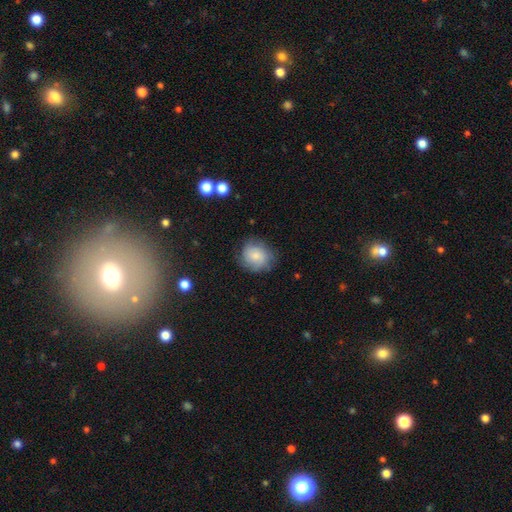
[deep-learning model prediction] Morphology: type=smooth (69%); roundness=round (77%); merging=none (71%).